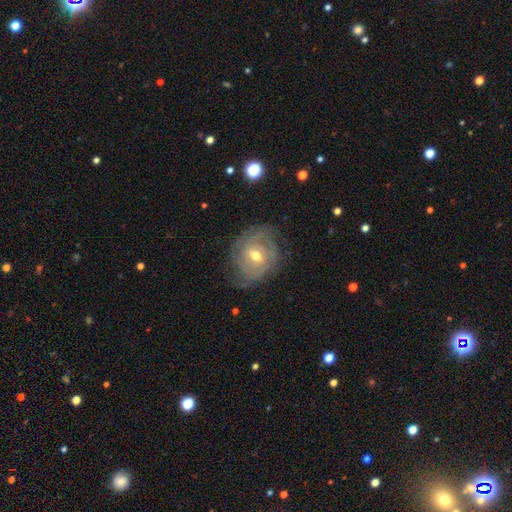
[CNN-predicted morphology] smooth_or_featured: featured or disk (p=0.75) [alt: smooth p=0.18]
disk_edge_on: no (p=0.96) [alt: yes p=0.04]
bar: weak (p=0.46) [alt: no p=0.43]
has_spiral_arms: yes (p=0.83) [alt: no p=0.17]
spiral_winding: tight (p=0.63) [alt: medium p=0.27]
spiral_arm_count: can't tell (p=0.45) [alt: 2 p=0.25]
bulge_size: moderate (p=0.69) [alt: small p=0.26]
merging: none (p=0.66) [alt: minor disturbance p=0.23]